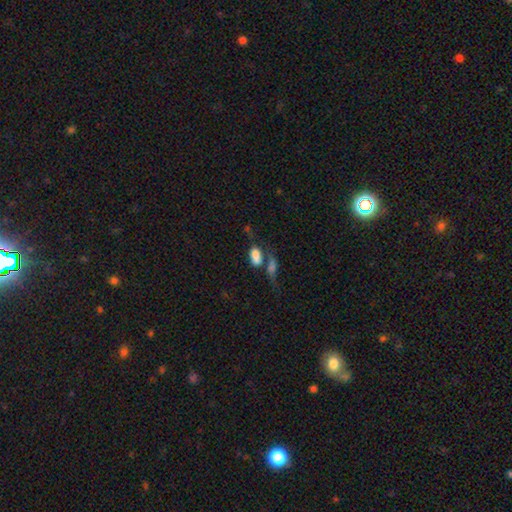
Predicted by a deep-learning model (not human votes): Smooth or featured? Predicted: smooth (p=0.78). How rounded? Predicted: in between (p=0.90). Merging? Predicted: merger (p=0.47).